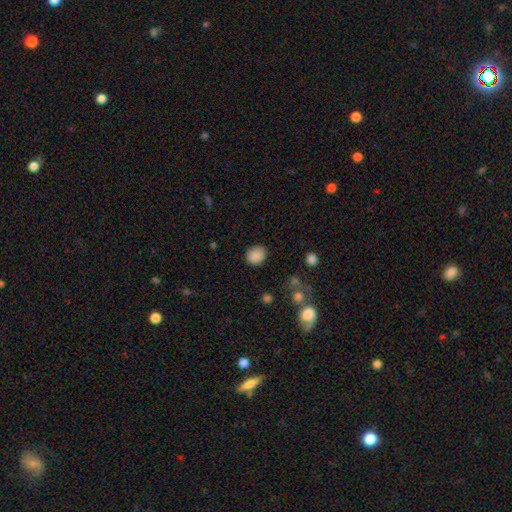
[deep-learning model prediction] smooth_or_featured: smooth (p=0.87) [alt: star or artifact p=0.09]
how_rounded: round (p=0.68) [alt: in between p=0.31]
merging: none (p=0.85) [alt: minor disturbance p=0.11]